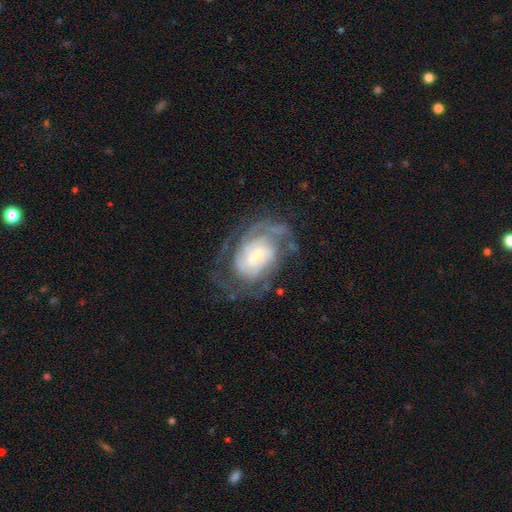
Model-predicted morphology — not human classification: Smooth or featured: featured or disk — 84% (smooth — 10%)
Edge-on disk: no — 97% (yes — 3%)
Bar: no — 48% (weak — 40%)
Spiral arms: yes — 94% (no — 6%)
Spiral winding: tight — 58% (medium — 34%)
Spiral arm count: 2 — 34% (can't tell — 31%)
Bulge size: small — 43% (moderate — 28%)
Merging: none — 62% (minor disturbance — 19%)